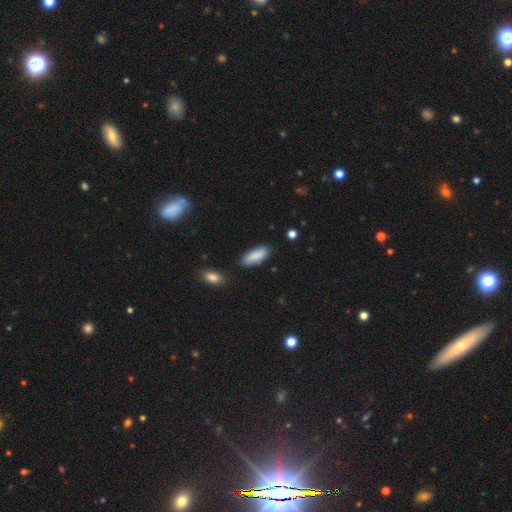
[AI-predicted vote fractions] Overall: smooth (87%). How rounded: in between (74%). Merging: none (82%).